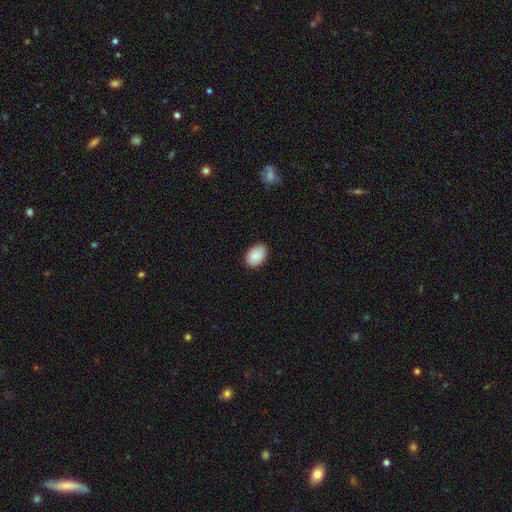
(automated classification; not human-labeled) smooth-or-featured: smooth: 89% | star or artifact: 6% | featured or disk: 4%
  how-rounded: in between: 84% | round: 15% | cigar-shaped: 1%
  merging: none: 88% | minor disturbance: 10% | major disturbance: 2% | merger: 1%